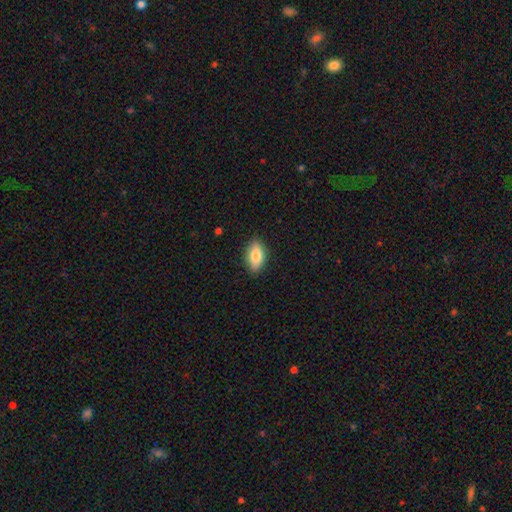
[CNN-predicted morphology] This is clearly a smooth galaxy (81%). How rounded: clearly in between (90%). Merging: clearly none (86%).